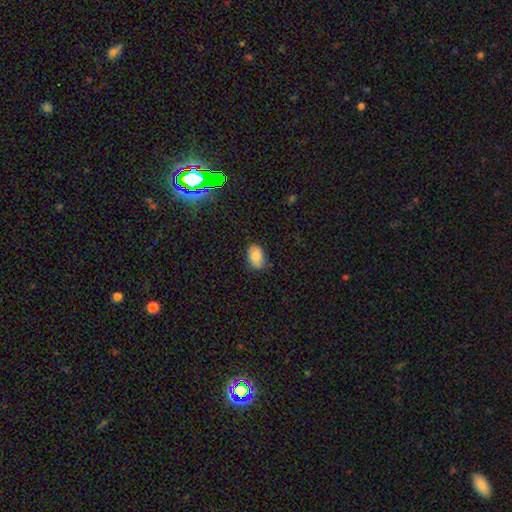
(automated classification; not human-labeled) Smooth or featured? smooth (84%)
How rounded? in between (86%)
Merging? none (72%)